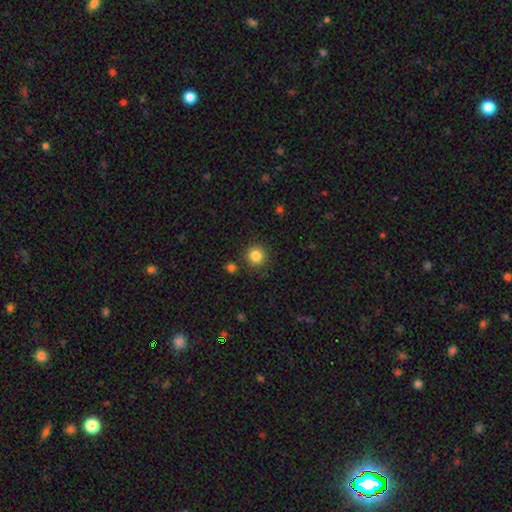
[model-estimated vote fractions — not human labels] This appears to be a smooth galaxy with no disk features (84%) that is round (93%). Merging: none (87%).